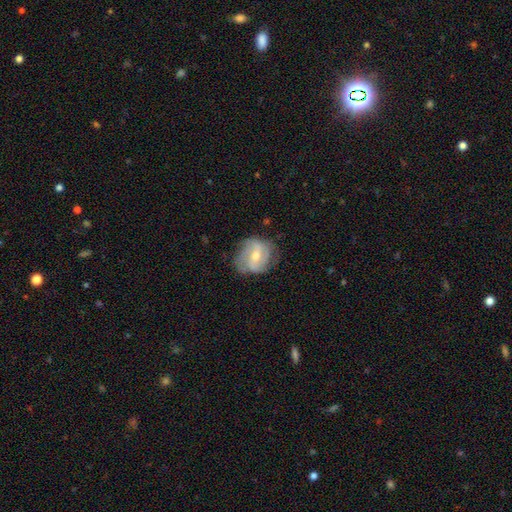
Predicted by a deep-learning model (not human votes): Smooth or featured? featured or disk (76%)
Edge-on disk? no (97%)
Bar? weak (45%)
Spiral arms? yes (91%)
Spiral winding? medium (47%)
Spiral arm count? 2 (40%)
Bulge size? moderate (53%)
Merging? none (66%)